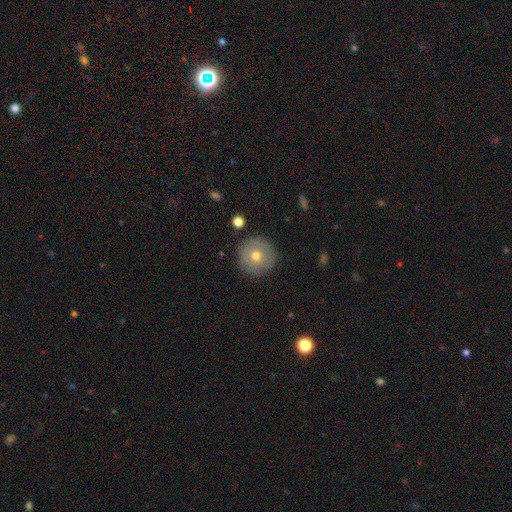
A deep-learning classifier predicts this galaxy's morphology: type=smooth (64%); roundness=round (95%); merging=none (87%).